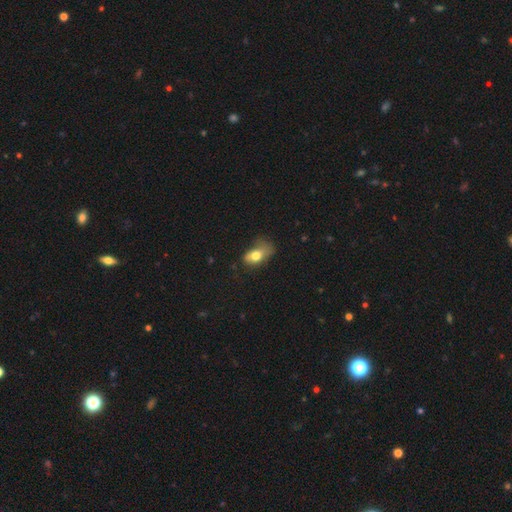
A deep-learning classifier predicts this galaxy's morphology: A smooth galaxy with no disk features (71%) that is in between round and cigar-shaped (84%).

Vote fractions:
- Smooth or featured? smooth: 71% / featured or disk: 20% / star or artifact: 9%
- How rounded? in between: 84% / round: 12% / cigar-shaped: 4%
- Merging? minor disturbance: 35% (tied) / major disturbance: 35% (tied) / none: 27% / merger: 3%